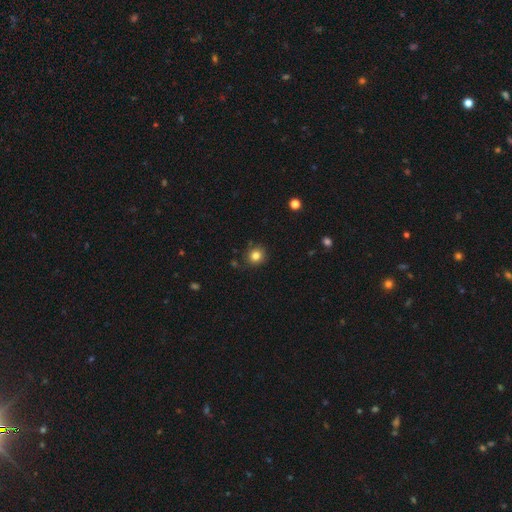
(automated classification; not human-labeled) Smooth or featured?
  - smooth: 82% *
  - star or artifact: 12%
  - featured or disk: 6%
How rounded?
  - round: 89% *
  - in between: 10%
  - cigar-shaped: 1%
Merging?
  - none: 86% *
  - minor disturbance: 9%
  - major disturbance: 2%
  - merger: 2%